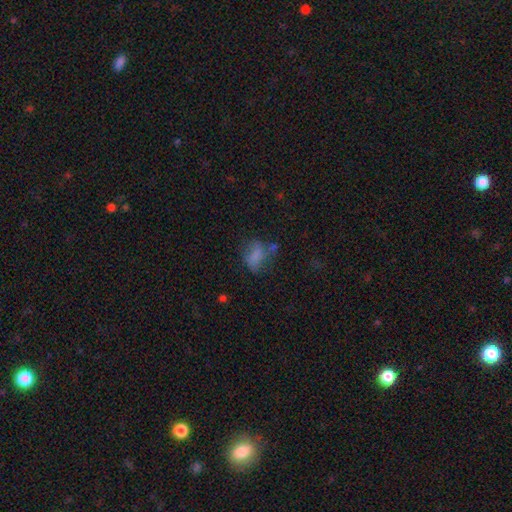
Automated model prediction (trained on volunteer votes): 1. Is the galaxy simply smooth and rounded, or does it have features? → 63% smooth, 23% featured or disk, 14% star or artifact.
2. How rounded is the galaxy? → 74% in between, 23% round, 2% cigar-shaped.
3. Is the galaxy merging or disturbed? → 38% none, 28% major disturbance, 26% minor disturbance, 8% merger.